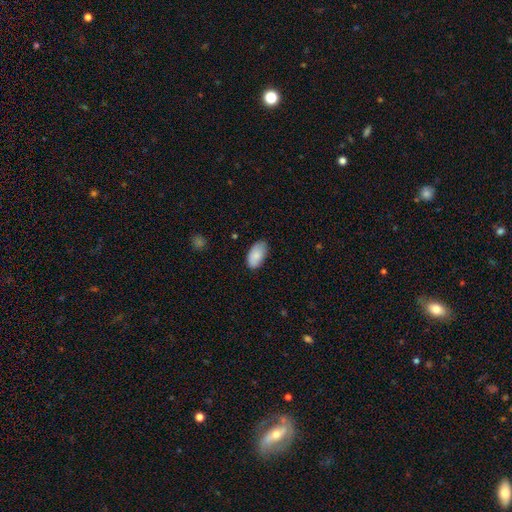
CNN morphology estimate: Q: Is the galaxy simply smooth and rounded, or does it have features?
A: smooth — 85%.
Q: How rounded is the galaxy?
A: in between — 95%.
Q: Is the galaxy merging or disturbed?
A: none — 76%.